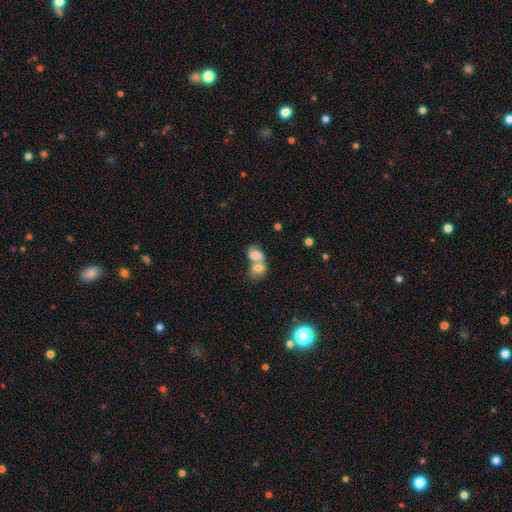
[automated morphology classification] A smooth galaxy with no disk features (75%) that is in between round and cigar-shaped (71%). Merging: merger (75%).